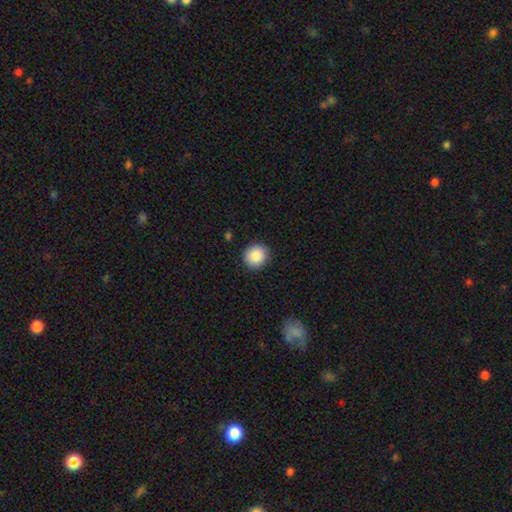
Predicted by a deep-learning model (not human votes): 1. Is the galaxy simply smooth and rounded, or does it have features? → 88% smooth, 8% star or artifact, 4% featured or disk.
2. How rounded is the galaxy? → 91% round, 8% in between, 1% cigar-shaped.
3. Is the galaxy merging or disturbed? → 90% none, 7% minor disturbance, 2% major disturbance, 1% merger.